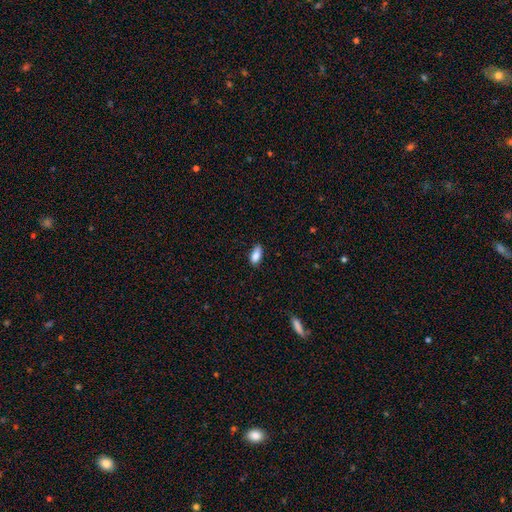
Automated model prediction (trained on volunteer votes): Overall: smooth (86%). How rounded: in between (86%). Merging: none (79%).